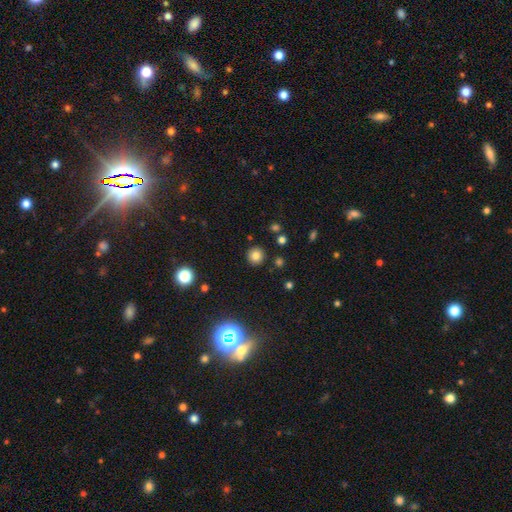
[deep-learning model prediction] Q: Smooth or featured?
A: smooth (81%); runner-up: star or artifact (13%)
Q: How rounded?
A: round (94%); runner-up: in between (5%)
Q: Merging?
A: none (90%); runner-up: minor disturbance (5%)